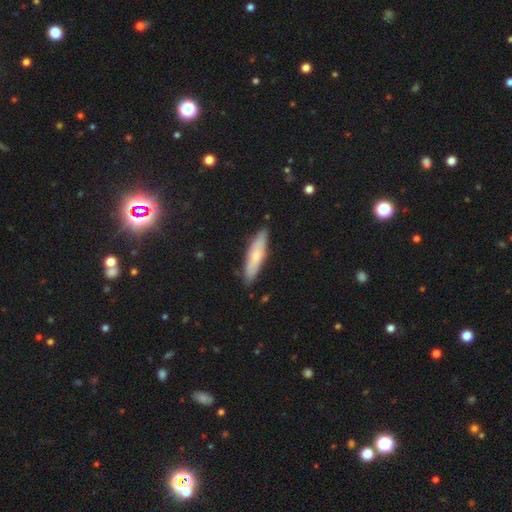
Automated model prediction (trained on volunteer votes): A smooth galaxy with no disk features (64%) that is cigar-shaped (72%).

Vote fractions:
- Smooth or featured? smooth: 64% / featured or disk: 30% / star or artifact: 6%
- How rounded? cigar-shaped: 72% / in between: 27% / round: 2%
- Merging? none: 85% / minor disturbance: 11% / major disturbance: 2% / merger: 1%